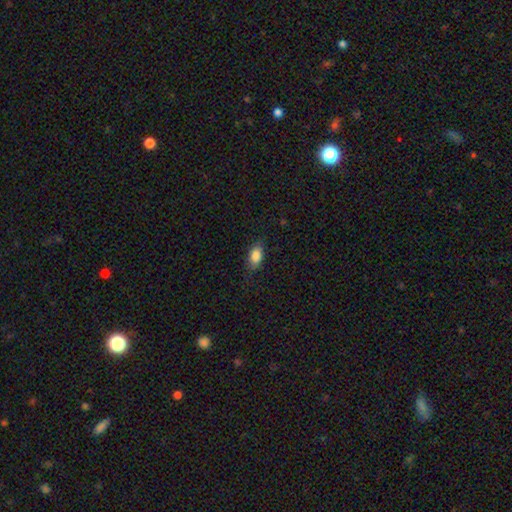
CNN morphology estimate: smooth 85%, featured or disk 8%, star or artifact 8%. Down the decision tree: how rounded — in between (87%); merging — none (78%).